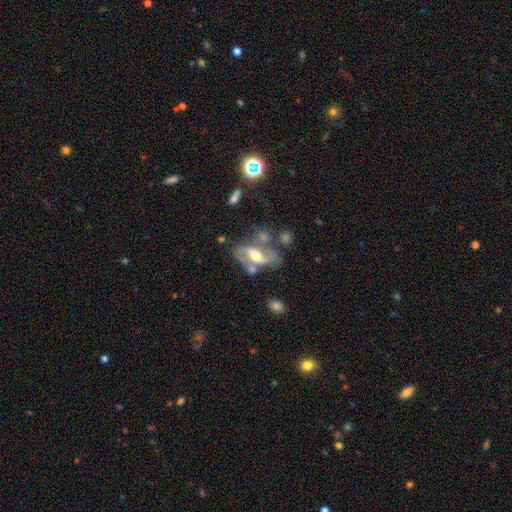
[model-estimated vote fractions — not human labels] Smooth or featured: featured or disk — 72% (smooth — 21%)
Edge-on disk: no — 87% (yes — 13%)
Bar: strong — 38% (weak — 36%)
Spiral arms: yes — 73% (no — 27%)
Bulge size: moderate — 63% (large — 20%)
Merging: none — 48% (minor disturbance — 20%)